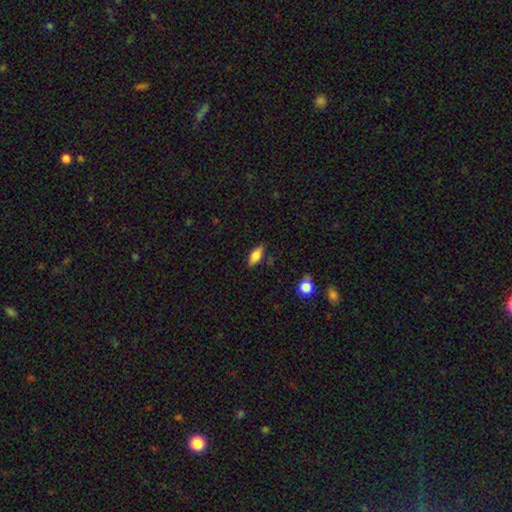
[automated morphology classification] Smooth or featured? Predicted: smooth (p=0.82). How rounded? Predicted: in between (p=0.83). Merging? Predicted: none (p=0.83).